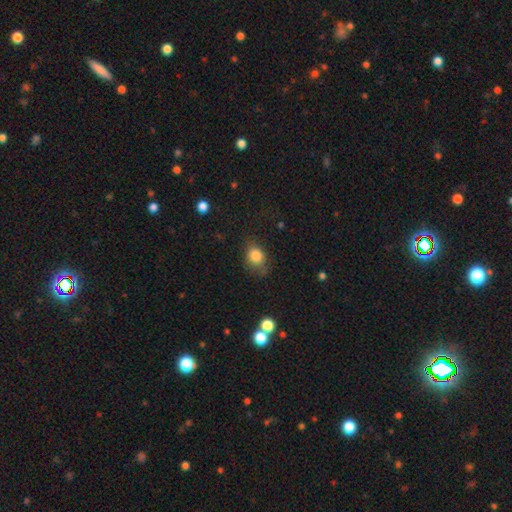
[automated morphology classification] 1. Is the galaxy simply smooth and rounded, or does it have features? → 83% smooth, 10% star or artifact, 7% featured or disk.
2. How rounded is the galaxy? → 52% in between, 47% round, 1% cigar-shaped.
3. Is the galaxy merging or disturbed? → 59% none, 27% minor disturbance, 12% major disturbance, 2% merger.